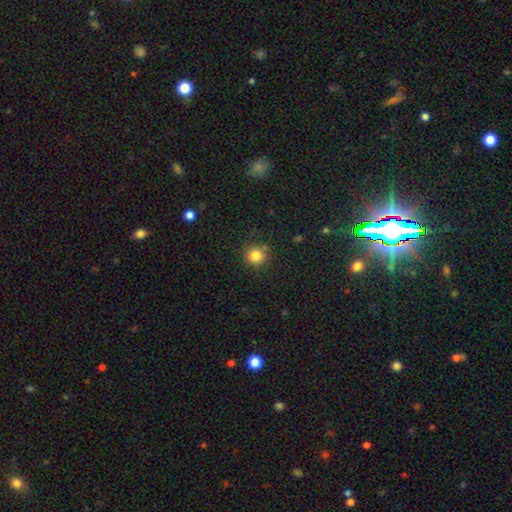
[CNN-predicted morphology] Overall: smooth (84%). How rounded: round (93%). Merging: none (83%).